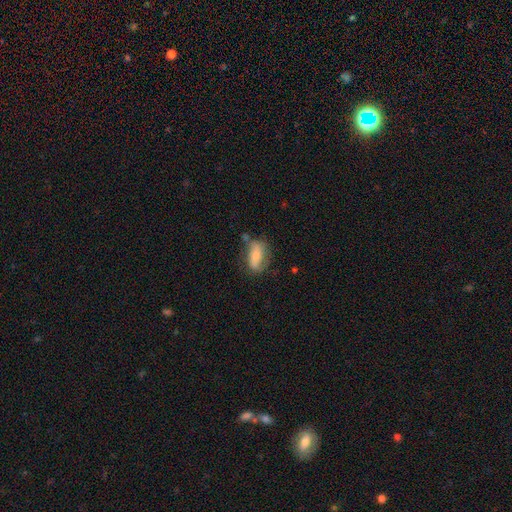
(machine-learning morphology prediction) Overall: smooth (61%; featured or disk 31%). How rounded: in between (81%). Merging: none (52%; minor disturbance 27%).